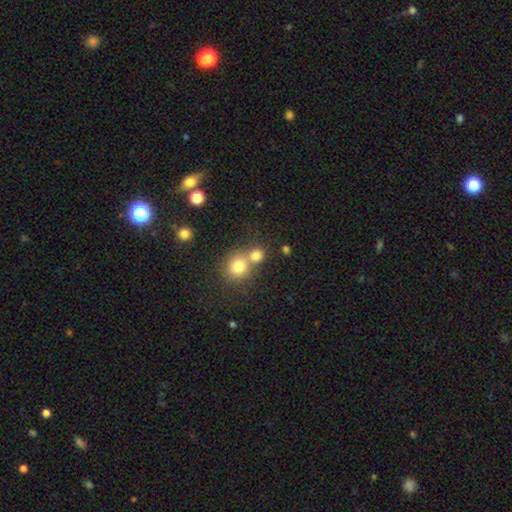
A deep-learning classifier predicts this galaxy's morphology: smooth_or_featured: smooth (p=0.78) [alt: star or artifact p=0.13]
how_rounded: round (p=0.81) [alt: in between p=0.18]
merging: none (p=0.46) [alt: merger p=0.45]